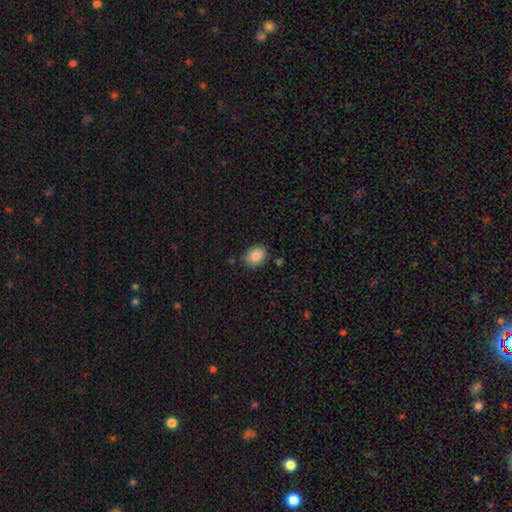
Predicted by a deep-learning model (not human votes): Smooth or featured?
  - smooth: 87% *
  - star or artifact: 8%
  - featured or disk: 5%
How rounded?
  - in between: 64% *
  - round: 35%
  - cigar-shaped: 1%
Merging?
  - none: 82% *
  - minor disturbance: 12%
  - merger: 3%
  - major disturbance: 3%